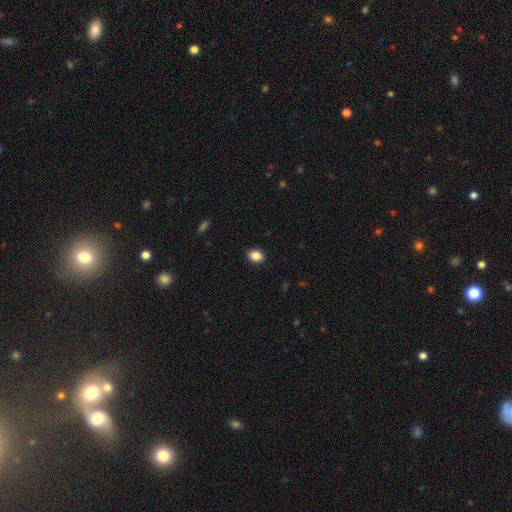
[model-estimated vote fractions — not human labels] A smooth galaxy with no disk features (87%) that is in between round and cigar-shaped (65%).

Vote fractions:
- Smooth or featured? smooth: 87% / star or artifact: 9% / featured or disk: 4%
- How rounded? in between: 65% / round: 34% / cigar-shaped: 1%
- Merging? none: 90% / minor disturbance: 8% / major disturbance: 2% / merger: 1%